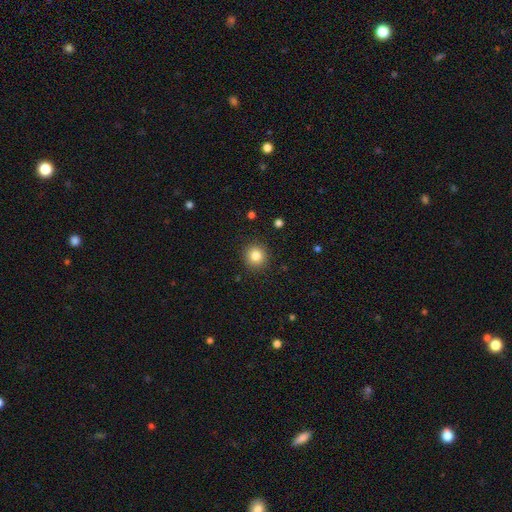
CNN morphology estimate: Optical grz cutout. It shows a smooth galaxy with no disk features (83%) that is round (94%). Merging: none (91%).